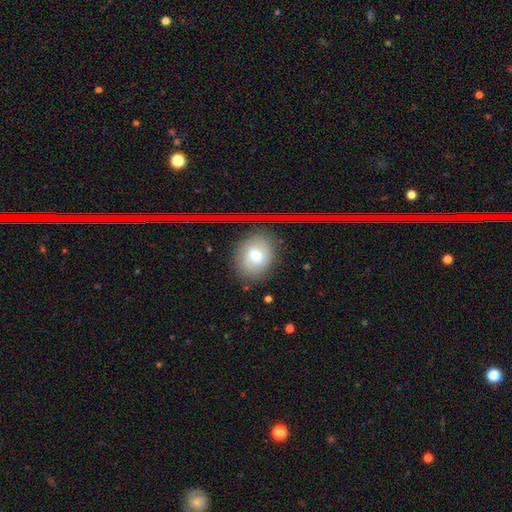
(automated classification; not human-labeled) Smooth or featured?
  - smooth: 60% *
  - featured or disk: 23%
  - star or artifact: 16%
How rounded?
  - in between: 53% *
  - round: 46%
  - cigar-shaped: 1%
Merging?
  - none: 82% *
  - minor disturbance: 12%
  - major disturbance: 4%
  - merger: 2%